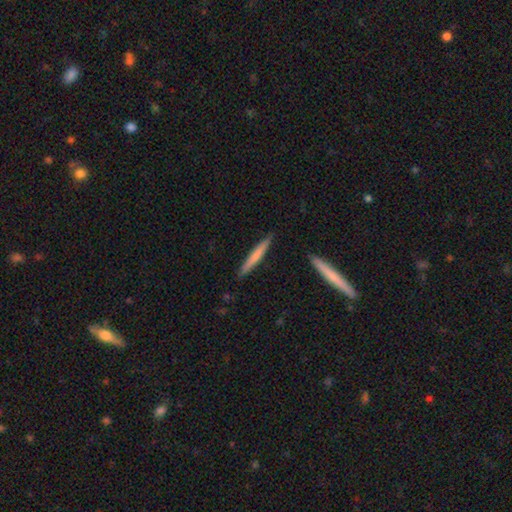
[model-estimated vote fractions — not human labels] Smooth or featured?
  - smooth: 63% *
  - featured or disk: 32%
  - star or artifact: 5%
How rounded?
  - cigar-shaped: 96% *
  - in between: 3%
  - round: 1%
Merging?
  - none: 89% *
  - minor disturbance: 7%
  - merger: 2%
  - major disturbance: 1%